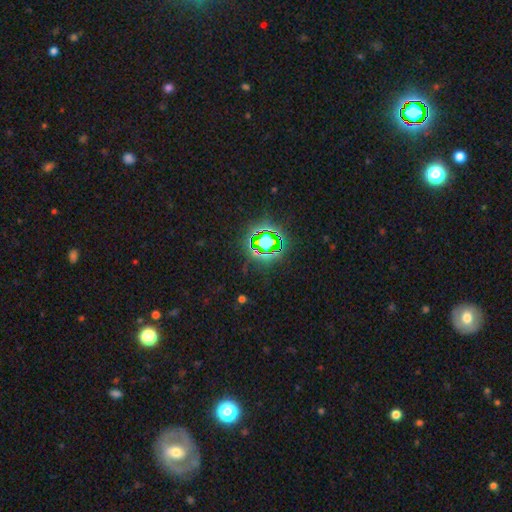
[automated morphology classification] smooth_or_featured: star or artifact (p=0.77) [alt: smooth p=0.14]